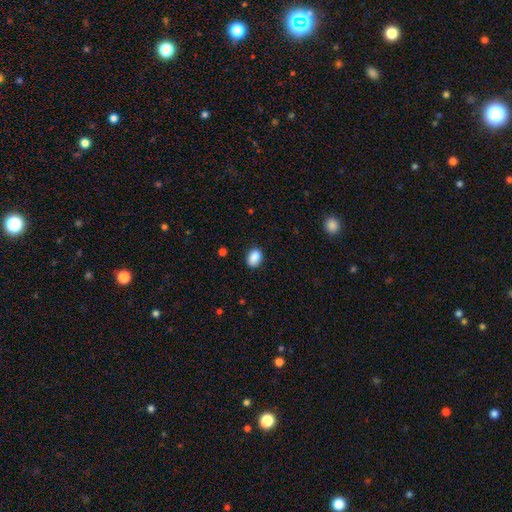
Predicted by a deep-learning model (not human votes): smooth-or-featured: smooth: 89% | star or artifact: 8% | featured or disk: 3%
  how-rounded: in between: 71% | round: 28% | cigar-shaped: 1%
  merging: none: 85% | minor disturbance: 11% | major disturbance: 3% | merger: 1%